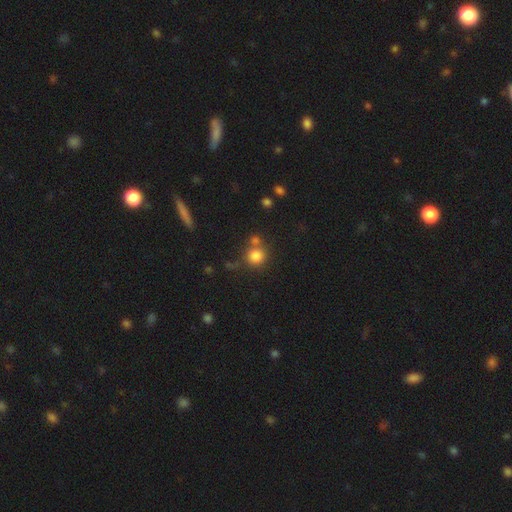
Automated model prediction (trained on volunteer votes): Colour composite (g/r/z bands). It shows a smooth galaxy with no disk features (81%) that is round (90%). Merging: none (59%).